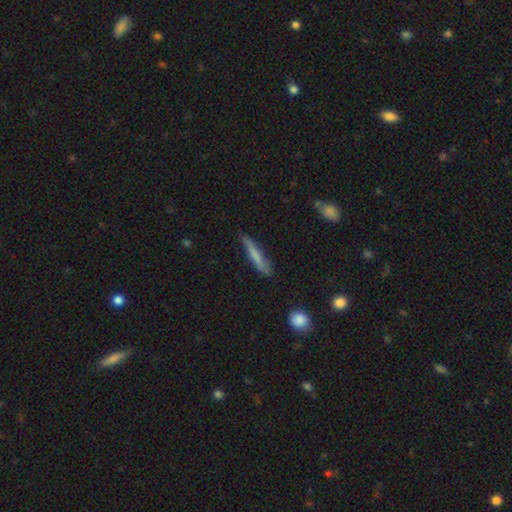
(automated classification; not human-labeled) A smooth galaxy with no disk features (65%) that is cigar-shaped (90%).

Vote fractions:
- Smooth or featured? smooth: 65% / featured or disk: 28% / star or artifact: 7%
- How rounded? cigar-shaped: 90% / in between: 8% / round: 2%
- Merging? none: 63% / minor disturbance: 27% / major disturbance: 7% / merger: 3%